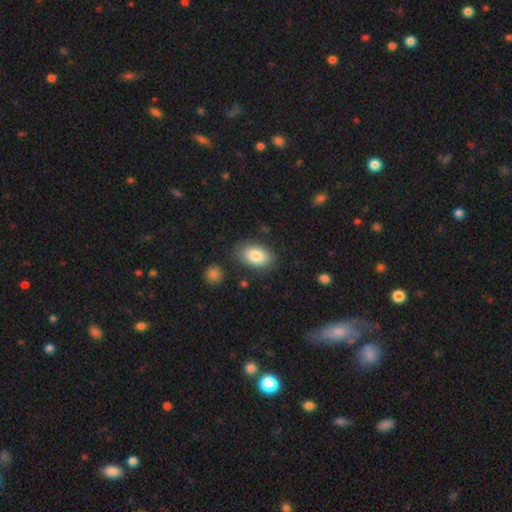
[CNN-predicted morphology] Smooth or featured? Predicted: smooth (p=0.84). How rounded? Predicted: in between (p=0.91). Merging? Predicted: none (p=0.80).